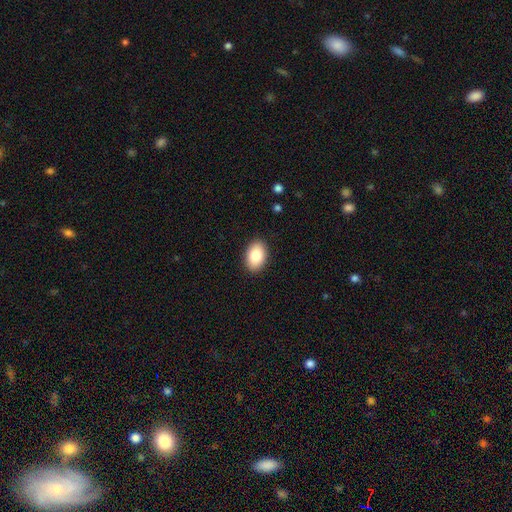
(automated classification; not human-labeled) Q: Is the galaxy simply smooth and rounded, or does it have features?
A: smooth — 85%.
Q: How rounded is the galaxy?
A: in between — 87%.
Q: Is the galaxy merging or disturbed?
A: none — 90%.